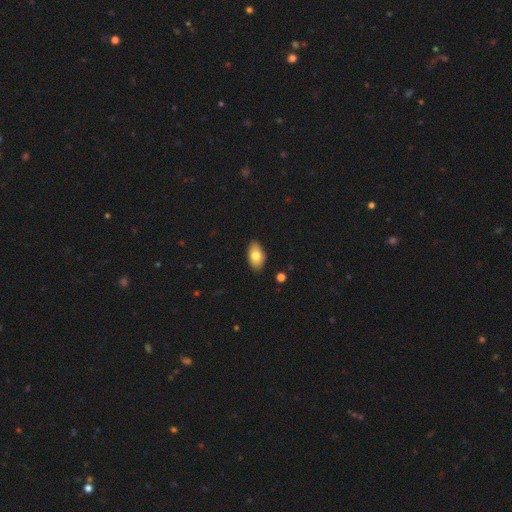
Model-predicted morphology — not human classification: Overall: smooth (78%). How rounded: in between (93%). Merging: none (87%).